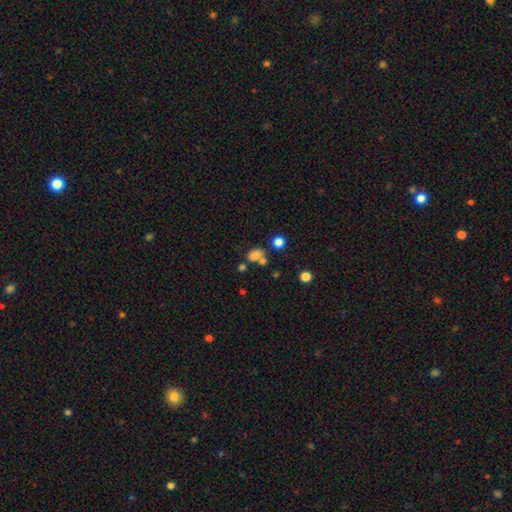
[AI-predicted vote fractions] Smooth or featured: smooth — 76% (star or artifact — 15%)
How rounded: in between — 61% (round — 38%)
Merging: none — 48% (merger — 30%)